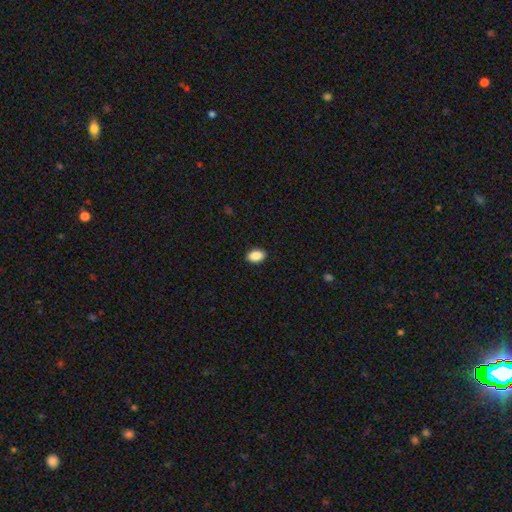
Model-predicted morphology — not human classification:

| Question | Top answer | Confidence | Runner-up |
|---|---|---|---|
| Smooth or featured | smooth | 89% | star or artifact (7%) |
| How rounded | in between | 88% | round (10%) |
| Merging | none | 90% | minor disturbance (7%) |